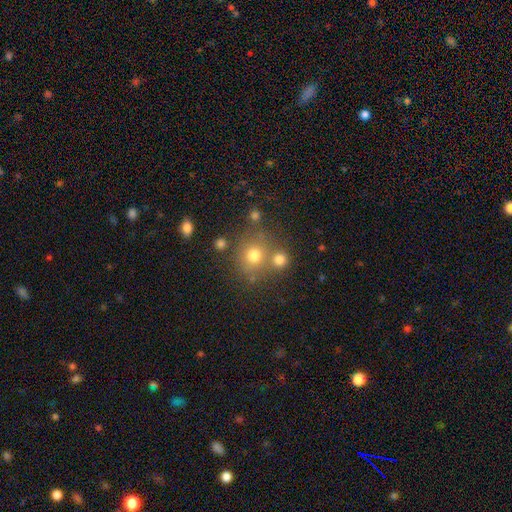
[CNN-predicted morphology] smooth-or-featured: smooth: 68% | star or artifact: 20% | featured or disk: 12%
  how-rounded: round: 85% | in between: 14% | cigar-shaped: 1%
  merging: none: 64% | merger: 22% | minor disturbance: 10% | major disturbance: 4%